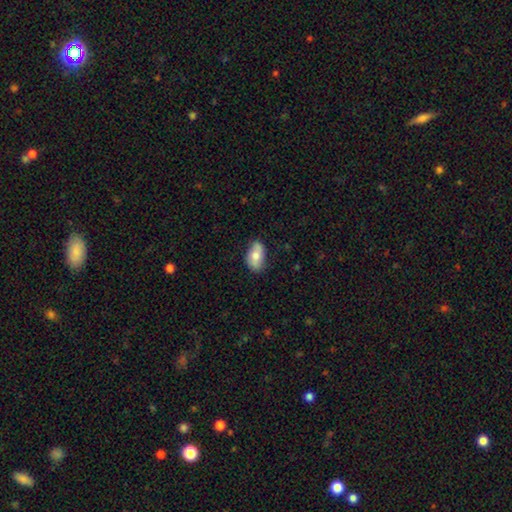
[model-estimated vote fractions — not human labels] A smooth galaxy with no disk features (71%) that is in between round and cigar-shaped (92%).

Vote fractions:
- Smooth or featured? smooth: 71% / featured or disk: 22% / star or artifact: 7%
- How rounded? in between: 92% / round: 5% / cigar-shaped: 3%
- Merging? none: 74% / minor disturbance: 21% / major disturbance: 4% / merger: 2%